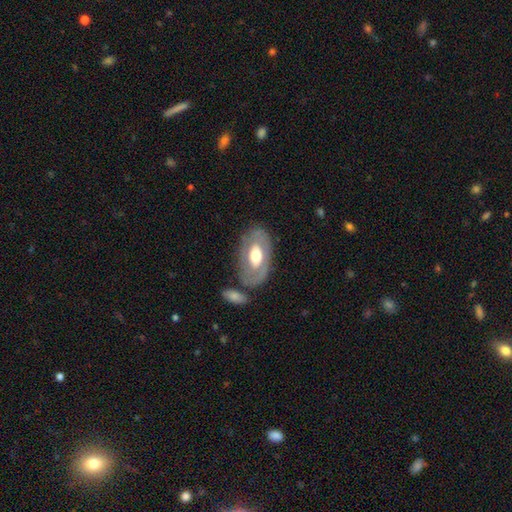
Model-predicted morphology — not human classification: Smooth or featured?
  - featured or disk: 58% *
  - smooth: 37%
  - star or artifact: 5%
Edge-on disk?
  - no: 89% *
  - yes: 11%
Bar?
  - no: 67% *
  - weak: 22%
  - strong: 11%
Spiral arms?
  - no: 70% *
  - yes: 30%
Bulge size?
  - moderate: 62% *
  - large: 29%
  - small: 6%
  - dominant: 2%
  - none: 1%
Merging?
  - none: 72% *
  - minor disturbance: 15%
  - major disturbance: 6%
  - merger: 6%